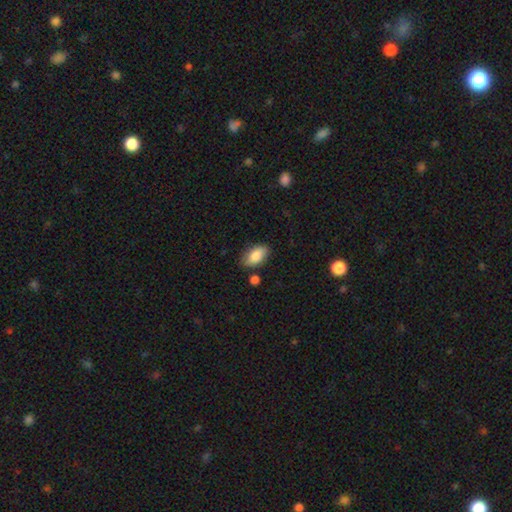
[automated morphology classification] type=smooth (84%); roundness=in between (92%); merging=none (80%).